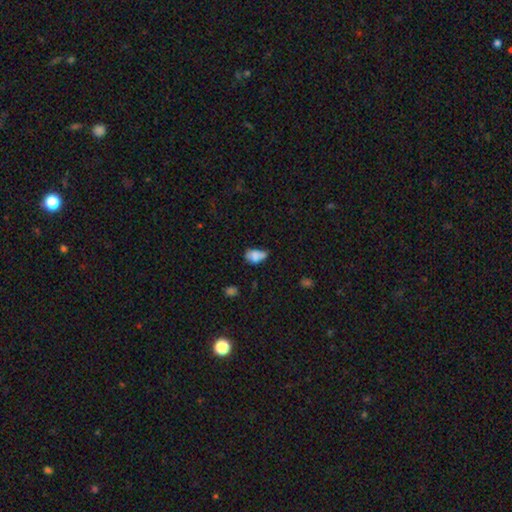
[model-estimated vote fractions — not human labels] Smooth or featured?
  - smooth: 68% *
  - featured or disk: 21%
  - star or artifact: 11%
How rounded?
  - in between: 84% *
  - round: 13%
  - cigar-shaped: 3%
Merging?
  - minor disturbance: 34% *
  - none: 32%
  - merger: 18%
  - major disturbance: 16%